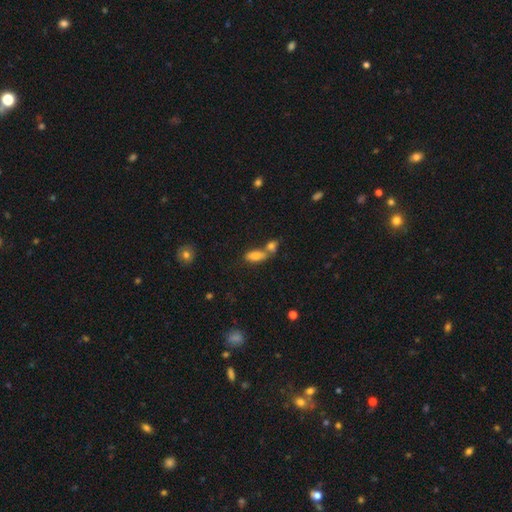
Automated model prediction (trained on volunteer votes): Smooth or featured: smooth — 79% (featured or disk — 11%)
How rounded: in between — 81% (cigar-shaped — 15%)
Merging: merger — 49% (none — 36%)